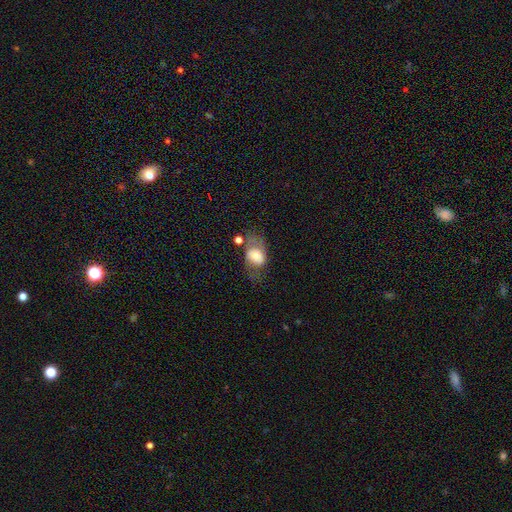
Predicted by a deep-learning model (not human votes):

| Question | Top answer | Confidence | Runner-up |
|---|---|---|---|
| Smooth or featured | smooth | 57% | featured or disk (34%) |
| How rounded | in between | 74% | round (24%) |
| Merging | none | 43% | minor disturbance (23%) |